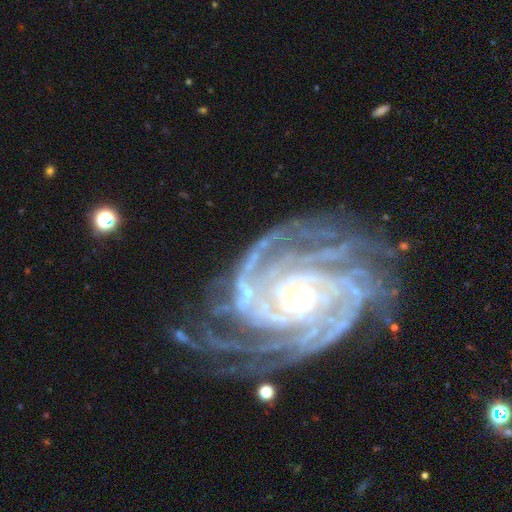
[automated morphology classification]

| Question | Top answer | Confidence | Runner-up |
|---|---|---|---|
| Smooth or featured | featured or disk | 92% | star or artifact (6%) |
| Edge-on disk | no | 98% | yes (2%) |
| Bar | no | 70% | weak (18%) |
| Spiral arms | yes | 99% | no (1%) |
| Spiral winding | tight | 75% | medium (21%) |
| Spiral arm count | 4 | 24% | tied: more than 4 (24%) |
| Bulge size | small | 82% | moderate (13%) |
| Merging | none | 67% | minor disturbance (18%) |